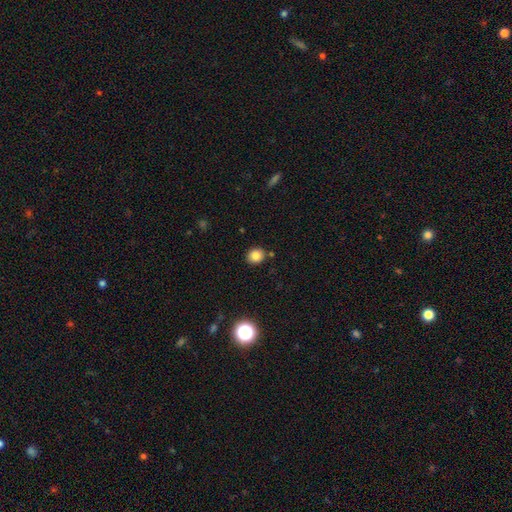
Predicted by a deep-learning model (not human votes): smooth_or_featured: smooth (p=0.83) [alt: star or artifact p=0.12]
how_rounded: round (p=0.74) [alt: in between p=0.25]
merging: none (p=0.83) [alt: minor disturbance p=0.09]